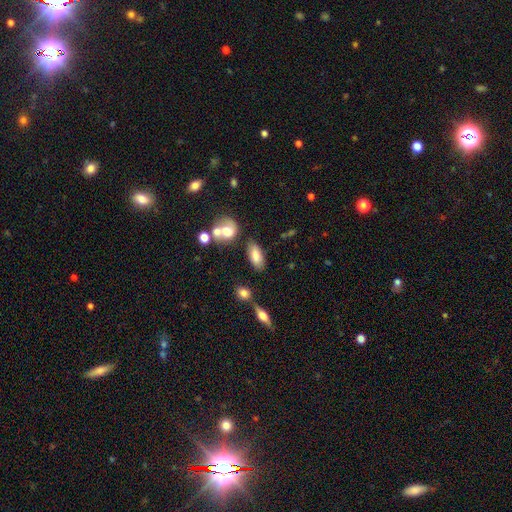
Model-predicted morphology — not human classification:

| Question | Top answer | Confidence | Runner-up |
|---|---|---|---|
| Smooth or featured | smooth | 79% | featured or disk (12%) |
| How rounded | in between | 85% | cigar-shaped (9%) |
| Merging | none | 72% | minor disturbance (14%) |